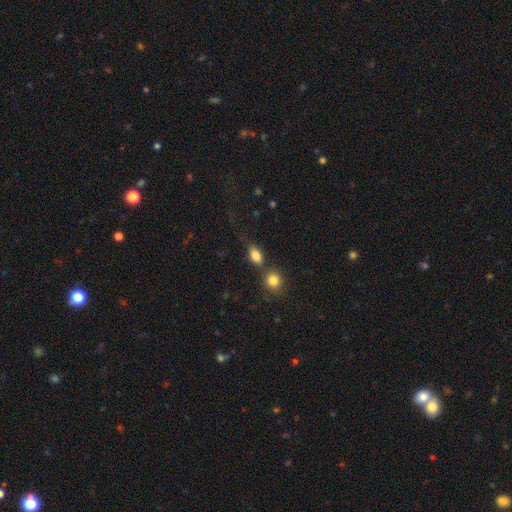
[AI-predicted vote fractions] The model was most divided on "merging": none: 61%, merger: 20%, minor disturbance: 14%, major disturbance: 5%. More confident: smooth or featured — smooth (84%); how rounded — in between (81%).